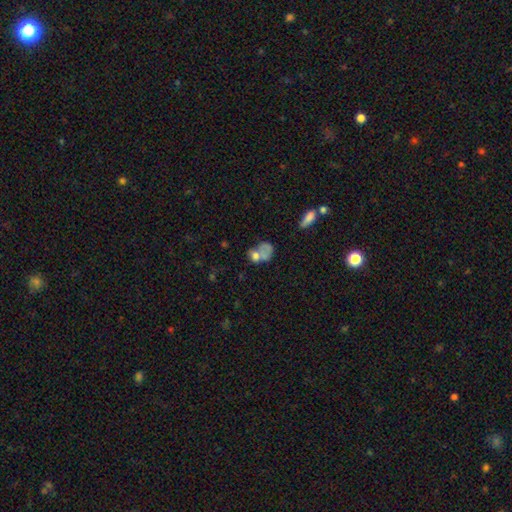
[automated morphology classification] A smooth galaxy with no disk features (42%).

Vote fractions:
- Smooth or featured? smooth: 42% / featured or disk: 32% / star or artifact: 26%
- Merging? none: 37% / merger: 30% / major disturbance: 18% / minor disturbance: 15%